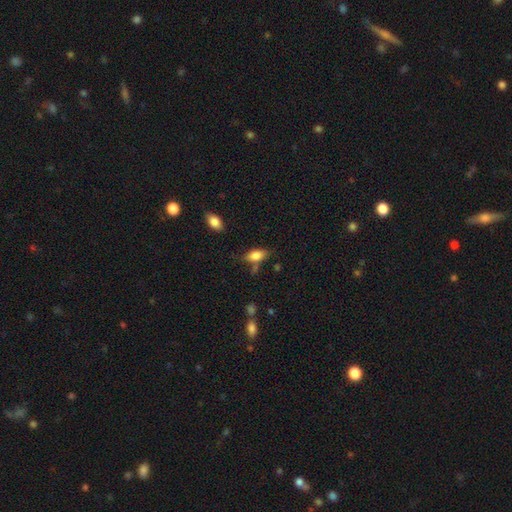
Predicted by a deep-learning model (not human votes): This is likely a smooth galaxy (78%). How rounded: clearly in between (85%). Merging: likely none (65%).